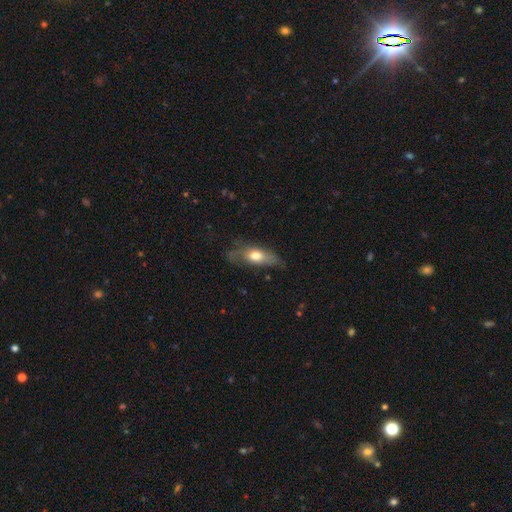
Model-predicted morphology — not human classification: smooth_or_featured: smooth (p=0.63) [alt: featured or disk p=0.30]
how_rounded: in between (p=0.68) [alt: cigar-shaped p=0.26]
merging: none (p=0.51) [alt: minor disturbance p=0.31]